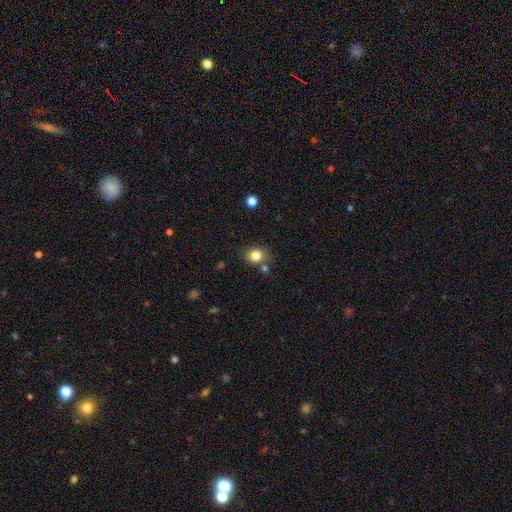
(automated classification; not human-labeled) Q: Smooth or featured?
A: smooth (82%); runner-up: star or artifact (11%)
Q: How rounded?
A: round (71%); runner-up: in between (28%)
Q: Merging?
A: none (72%); runner-up: minor disturbance (13%)